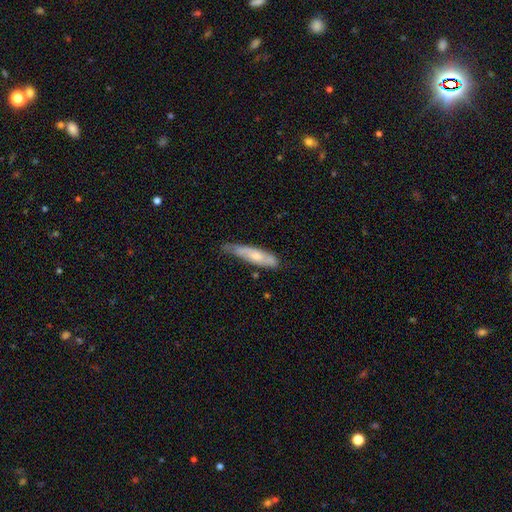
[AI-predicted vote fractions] Overall: smooth (54%; featured or disk 40%). How rounded: cigar-shaped (76%). Merging: none (52%; minor disturbance 36%).